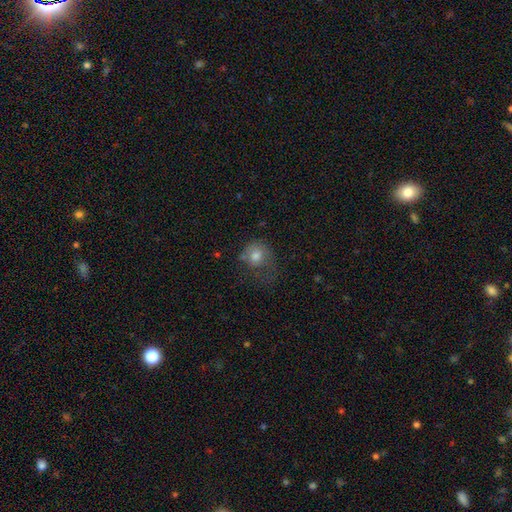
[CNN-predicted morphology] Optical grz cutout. It shows a smooth galaxy with no disk features (71%) that is round (71%). Merging: major disturbance (37%).